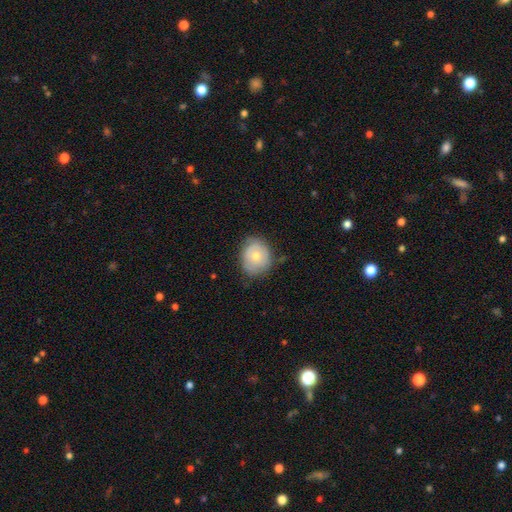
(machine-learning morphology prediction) Q: Smooth or featured?
A: smooth (61%); runner-up: featured or disk (32%)
Q: How rounded?
A: round (67%); runner-up: in between (32%)
Q: Merging?
A: none (70%); runner-up: minor disturbance (23%)